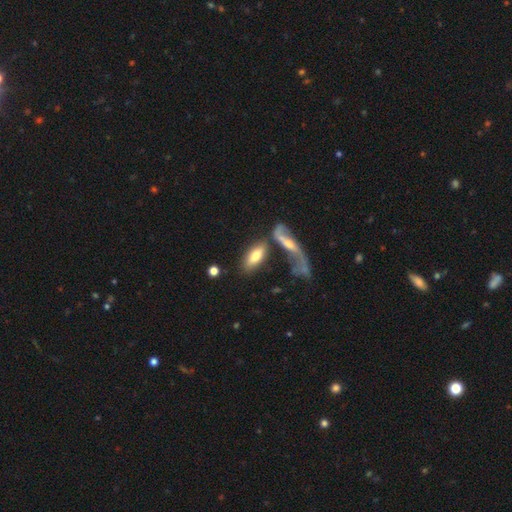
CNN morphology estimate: type=smooth (67%); roundness=in between (73%); merging=none (43%).